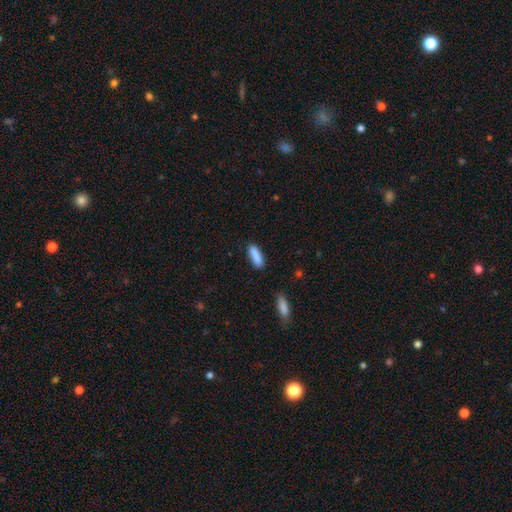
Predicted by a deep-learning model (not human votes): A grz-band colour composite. It shows a smooth galaxy with no disk features (88%) that is in between round and cigar-shaped (54%). Merging: none (80%).